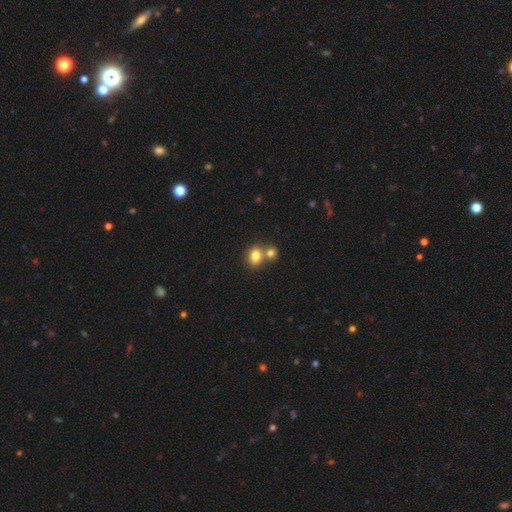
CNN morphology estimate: smooth-or-featured: smooth: 81% | star or artifact: 10% | featured or disk: 9%
  how-rounded: in between: 54% | round: 44% | cigar-shaped: 1%
  merging: merger: 45% | none: 44% | minor disturbance: 8% | major disturbance: 3%